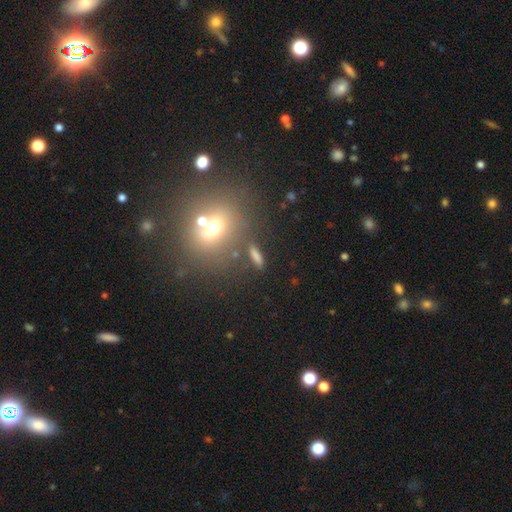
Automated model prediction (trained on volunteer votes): Morphology: type=smooth (60%); roundness=in between (38%); merging=none (73%).